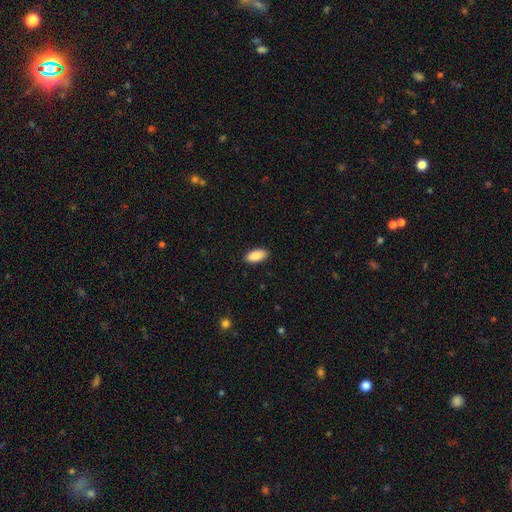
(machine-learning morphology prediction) smooth_or_featured: smooth (p=0.90) [alt: star or artifact p=0.06]
how_rounded: in between (p=0.92) [alt: cigar-shaped p=0.06]
merging: none (p=0.89) [alt: minor disturbance p=0.08]